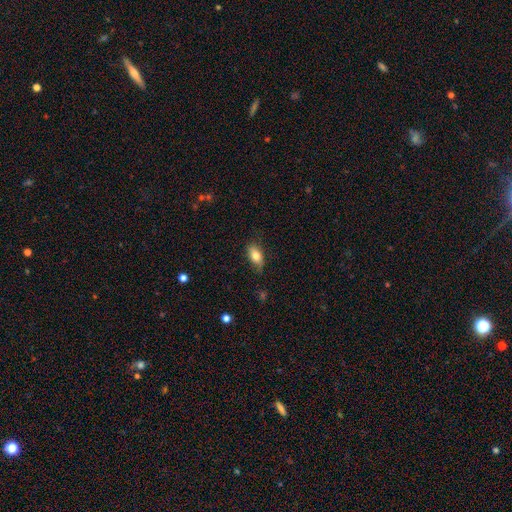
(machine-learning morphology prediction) A smooth galaxy with no disk features (79%) that is in between round and cigar-shaped (87%).

Vote fractions:
- Smooth or featured? smooth: 79% / featured or disk: 13% / star or artifact: 7%
- How rounded? in between: 87% / cigar-shaped: 8% / round: 5%
- Merging? none: 72% / minor disturbance: 22% / major disturbance: 5% / merger: 1%